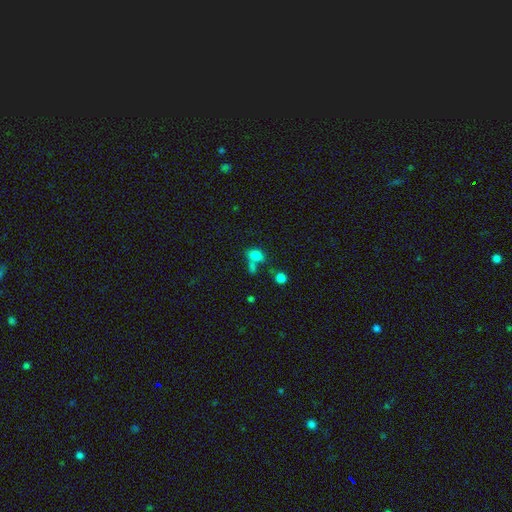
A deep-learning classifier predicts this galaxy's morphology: A smooth galaxy with no disk features (79%) that is in between round and cigar-shaped (72%). Merging: none (45%).